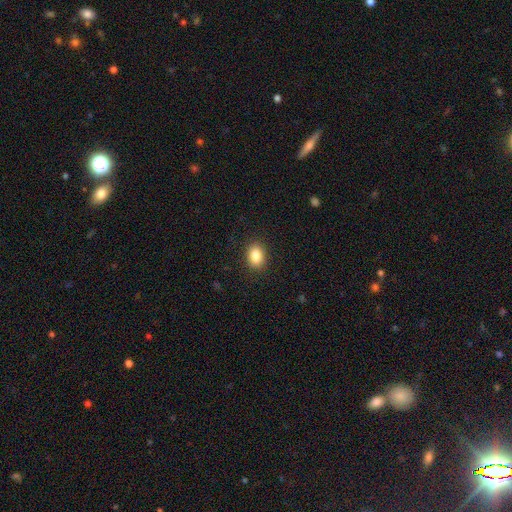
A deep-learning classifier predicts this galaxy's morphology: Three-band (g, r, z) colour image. It shows a smooth galaxy with no disk features (85%) that is in between round and cigar-shaped (65%). Merging: none (89%).